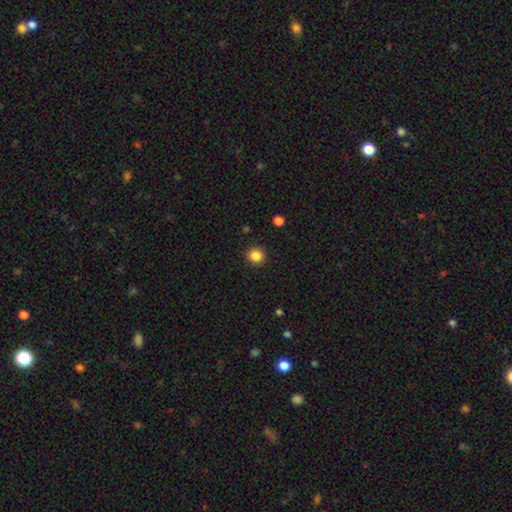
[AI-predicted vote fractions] Smooth or featured: smooth — 85% (star or artifact — 11%)
How rounded: round — 93% (in between — 6%)
Merging: none — 92% (minor disturbance — 5%)